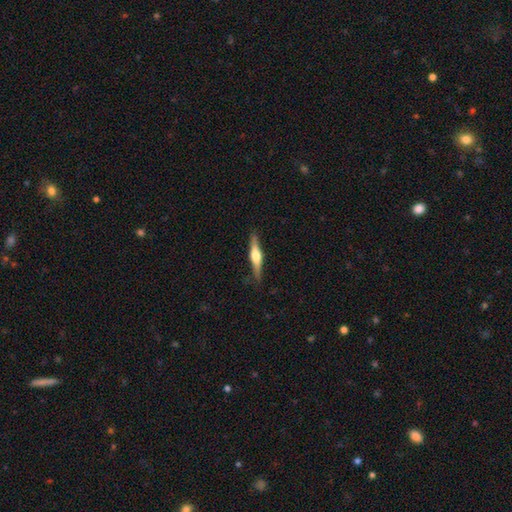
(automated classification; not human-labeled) Smooth or featured: featured or disk — 65% (smooth — 30%)
Edge-on disk: yes — 97% (no — 3%)
Edge-on bulge: rounded — 92% (boxy — 5%)
Merging: none — 85% (minor disturbance — 12%)